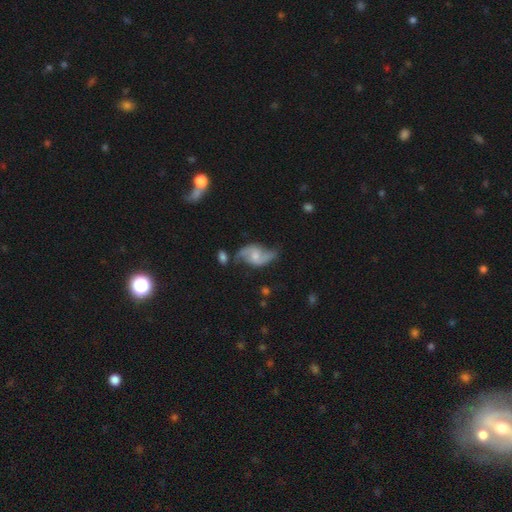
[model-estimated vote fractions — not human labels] This is likely a featured or disk galaxy (76%). It is clearly not viewed edge-on (97%). Bar: possibly weak (46%). Spiral arm pattern: clearly yes (92%). Spiral arm count: clearly 2 (90%). Spiral winding: likely loose (64%). Central bulge: marginally small (39%). Merging: possibly none (54%).